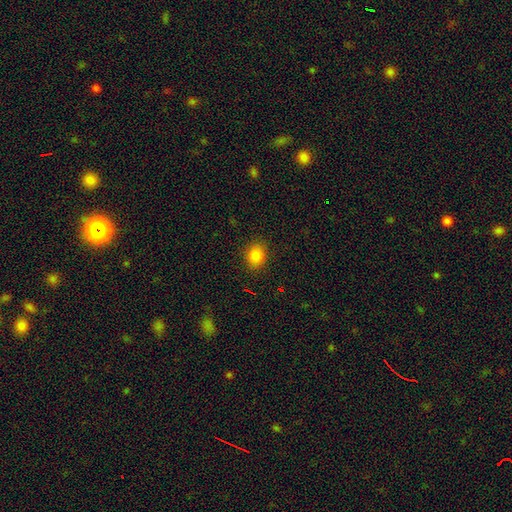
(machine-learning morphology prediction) Smooth or featured?
  - smooth: 83% *
  - star or artifact: 12%
  - featured or disk: 5%
How rounded?
  - round: 52% *
  - in between: 47%
  - cigar-shaped: 1%
Merging?
  - none: 88% *
  - minor disturbance: 8%
  - major disturbance: 3%
  - merger: 1%